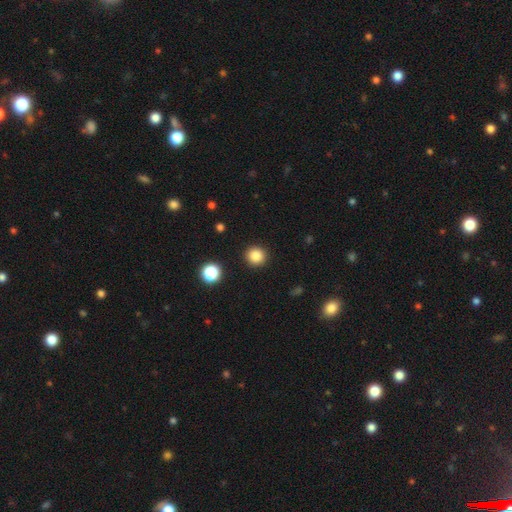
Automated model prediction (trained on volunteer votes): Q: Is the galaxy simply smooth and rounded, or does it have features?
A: smooth — 85%.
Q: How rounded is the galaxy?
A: round — 94%.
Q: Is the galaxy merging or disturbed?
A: none — 91%.